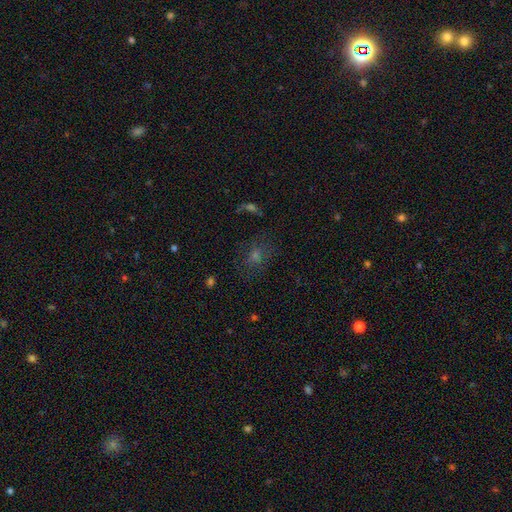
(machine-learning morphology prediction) smooth-or-featured: smooth: 44% | star or artifact: 36% | featured or disk: 20%
  merging: none: 72% | minor disturbance: 15% | major disturbance: 10% | merger: 3%